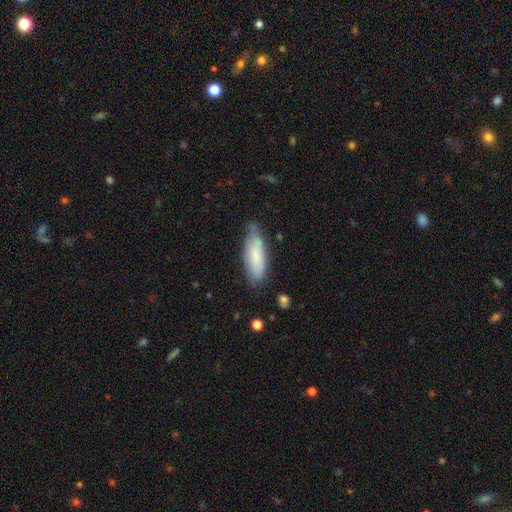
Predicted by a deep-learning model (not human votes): A smooth galaxy with no disk features (72%) that is in between round and cigar-shaped (52%).

Vote fractions:
- Smooth or featured? smooth: 72% / featured or disk: 21% / star or artifact: 7%
- How rounded? in between: 52% / cigar-shaped: 47% / round: 1%
- Merging? none: 68% / minor disturbance: 25% / major disturbance: 5% / merger: 2%